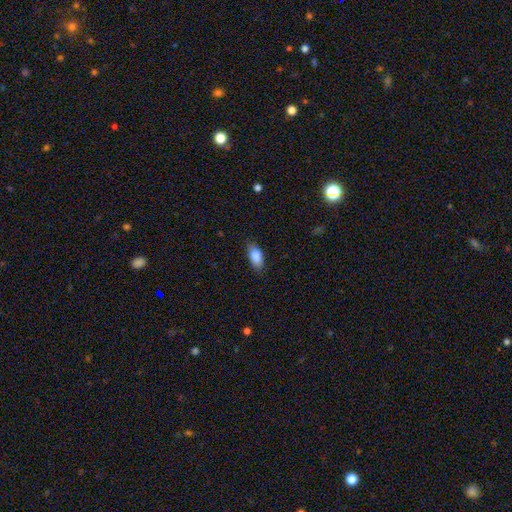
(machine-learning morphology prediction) A smooth galaxy with no disk features (85%) that is in between round and cigar-shaped (89%). Merging: none (80%).